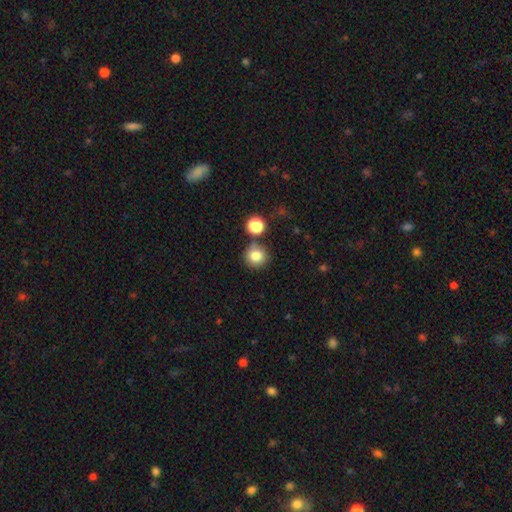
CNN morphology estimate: smooth_or_featured: smooth (p=0.81) [alt: star or artifact p=0.12]
how_rounded: round (p=0.91) [alt: in between p=0.08]
merging: none (p=0.77) [alt: merger p=0.11]